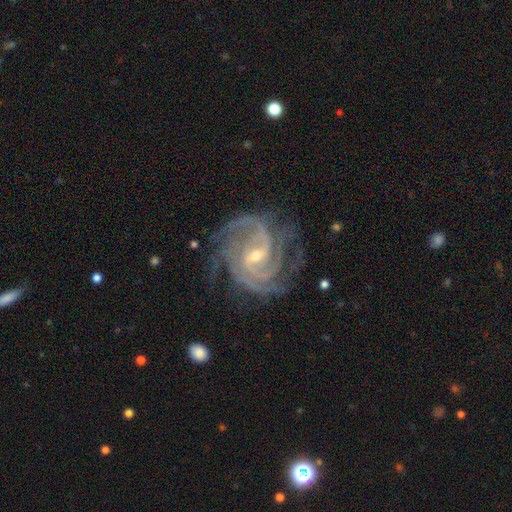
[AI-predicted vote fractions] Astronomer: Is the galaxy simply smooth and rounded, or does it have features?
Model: featured or disk — 93%.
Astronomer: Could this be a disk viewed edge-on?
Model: no — 98%.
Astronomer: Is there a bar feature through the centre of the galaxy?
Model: weak — 48% (runner-up: strong, 29%).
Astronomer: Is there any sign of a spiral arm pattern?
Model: yes — 99%.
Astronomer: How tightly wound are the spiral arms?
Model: tight — 60%.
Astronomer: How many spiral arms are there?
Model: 3 — 29% (runner-up: 4, 24%).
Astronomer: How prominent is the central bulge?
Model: small — 61% (runner-up: moderate, 36%).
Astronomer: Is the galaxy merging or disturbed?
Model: none — 74%.